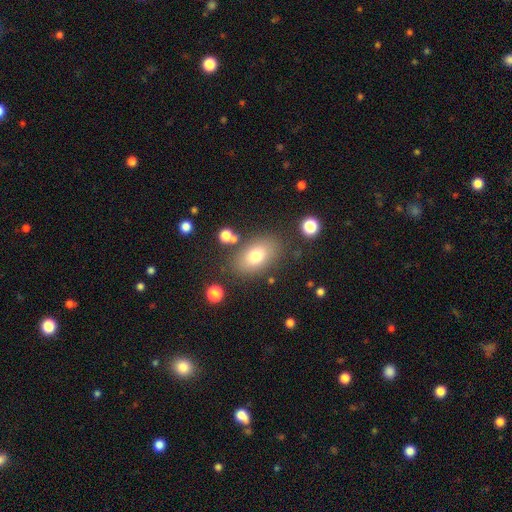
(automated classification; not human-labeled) Smooth or featured?
  - smooth: 75% *
  - featured or disk: 15%
  - star or artifact: 10%
How rounded?
  - in between: 85% *
  - round: 14%
  - cigar-shaped: 2%
Merging?
  - none: 78% *
  - minor disturbance: 12%
  - merger: 5%
  - major disturbance: 5%